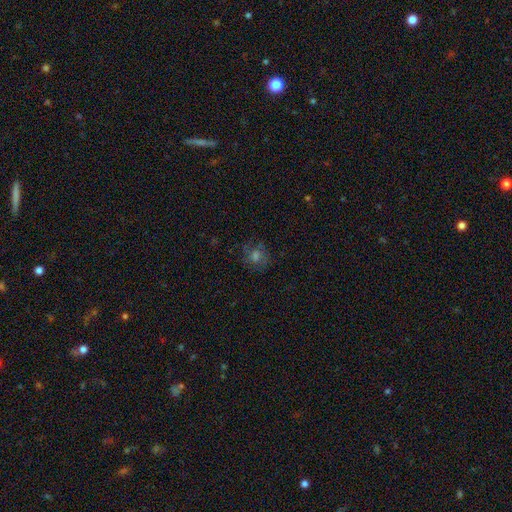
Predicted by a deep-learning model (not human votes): Smooth or featured? Predicted: smooth (p=0.42). Merging? Predicted: none (p=0.73).